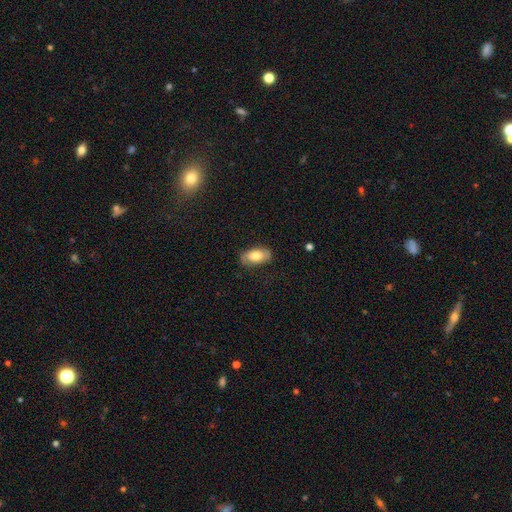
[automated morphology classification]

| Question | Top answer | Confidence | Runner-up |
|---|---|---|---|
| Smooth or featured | smooth | 73% | featured or disk (21%) |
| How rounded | in between | 92% | cigar-shaped (4%) |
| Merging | none | 81% | minor disturbance (15%) |